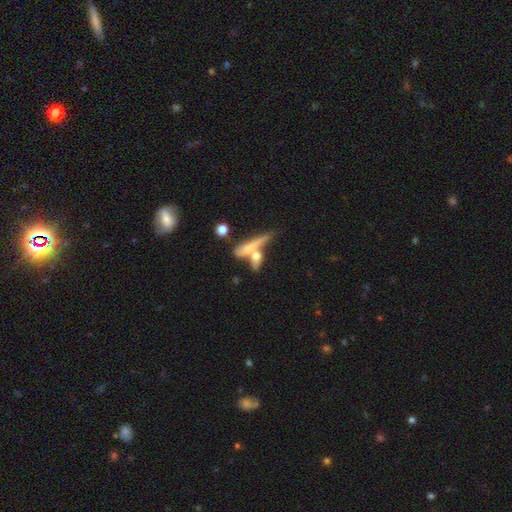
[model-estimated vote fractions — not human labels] Smooth or featured? smooth (54%)
How rounded? cigar-shaped (64%)
Merging? merger (45%)